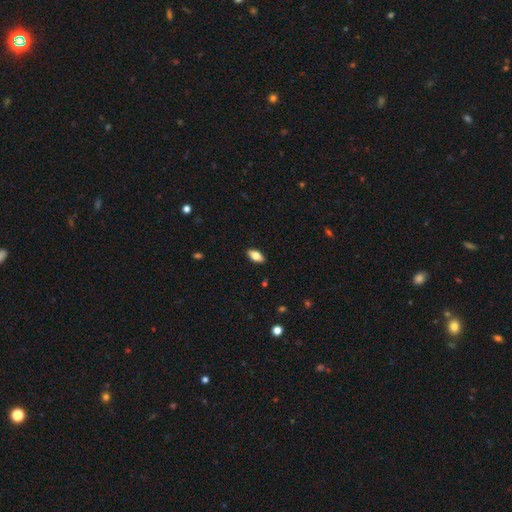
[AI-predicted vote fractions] smooth-or-featured: smooth: 75% | featured or disk: 18% | star or artifact: 7%
  how-rounded: in between: 88% | cigar-shaped: 9% | round: 3%
  merging: none: 89% | minor disturbance: 8% | major disturbance: 2% | merger: 1%